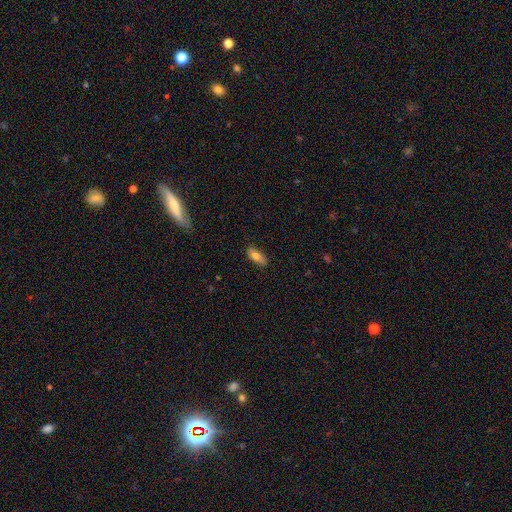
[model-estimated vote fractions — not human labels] A smooth galaxy with no disk features (75%) that is in between round and cigar-shaped (79%).

Vote fractions:
- Smooth or featured? smooth: 75% / featured or disk: 18% / star or artifact: 7%
- How rounded? in between: 79% / cigar-shaped: 18% / round: 3%
- Merging? none: 83% / minor disturbance: 14% / major disturbance: 2% / merger: 1%